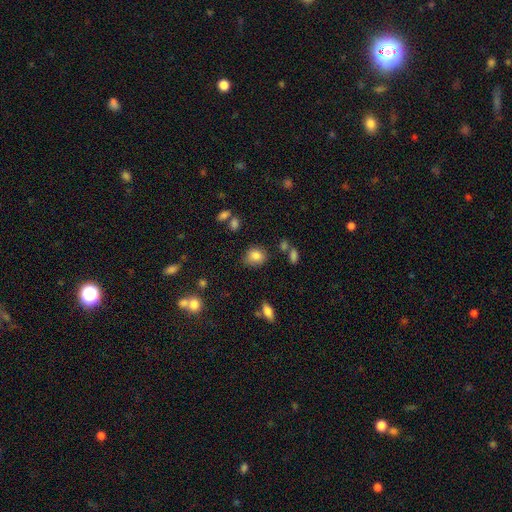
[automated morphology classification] type=smooth (83%); roundness=round (54%); merging=none (73%).